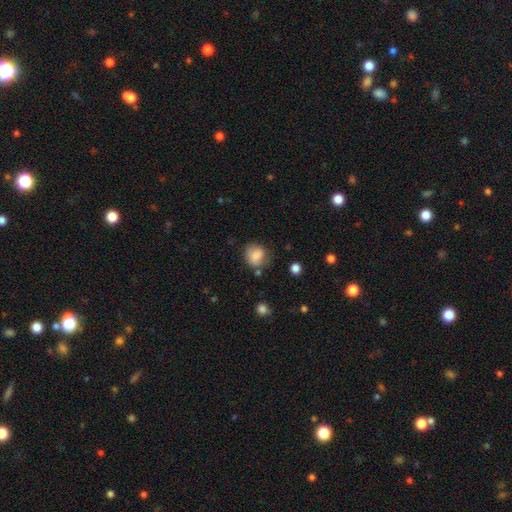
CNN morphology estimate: A smooth galaxy with no disk features (81%) that is round (69%).

Vote fractions:
- Smooth or featured? smooth: 81% / featured or disk: 10% / star or artifact: 9%
- How rounded? round: 69% / in between: 30% / cigar-shaped: 1%
- Merging? none: 65% / minor disturbance: 23% / major disturbance: 7% / merger: 5%